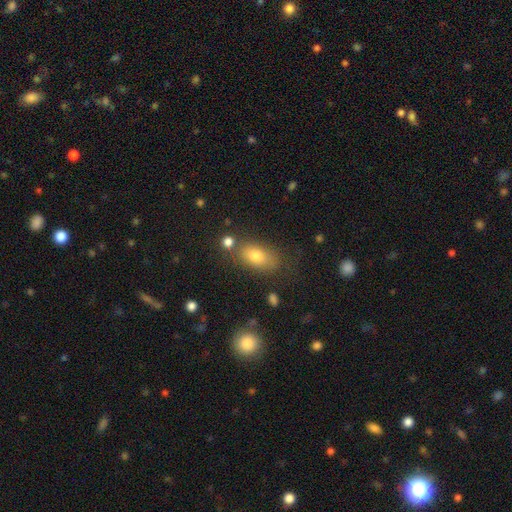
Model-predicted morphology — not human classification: A smooth galaxy with no disk features (77%) that is in between round and cigar-shaped (85%). Merging: none (68%).